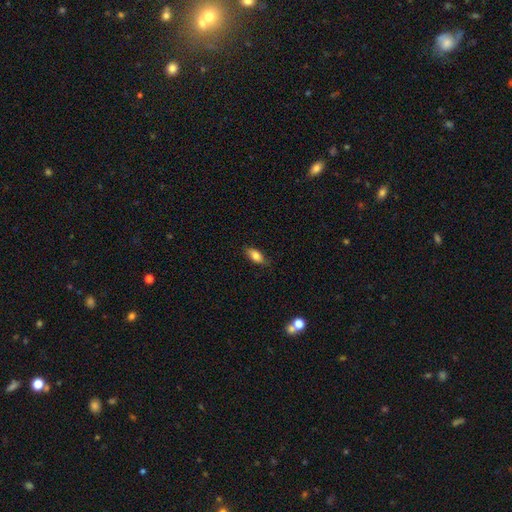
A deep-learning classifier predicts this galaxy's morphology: This appears to be a smooth galaxy with no disk features (80%) that is in between round and cigar-shaped (84%). Merging: none (82%).